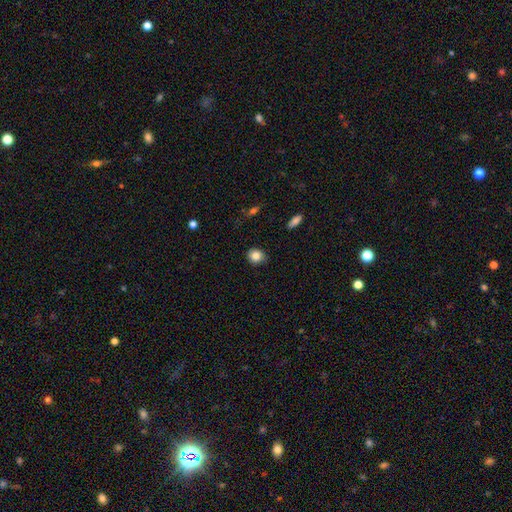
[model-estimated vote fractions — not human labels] This is clearly a smooth galaxy (83%). How rounded: likely round (74%). Merging: clearly none (84%).